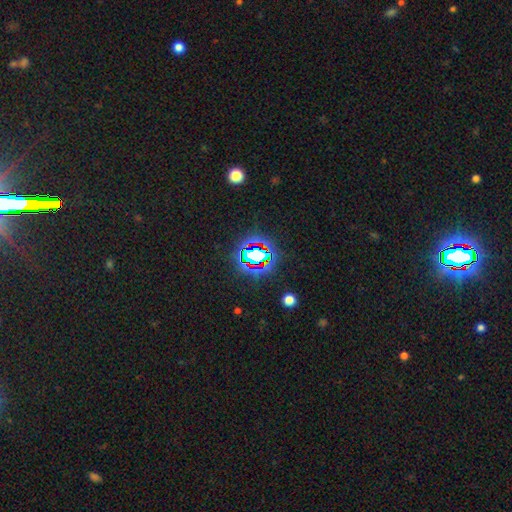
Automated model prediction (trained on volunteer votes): smooth-or-featured: star or artifact: 69% | smooth: 18% | featured or disk: 13%